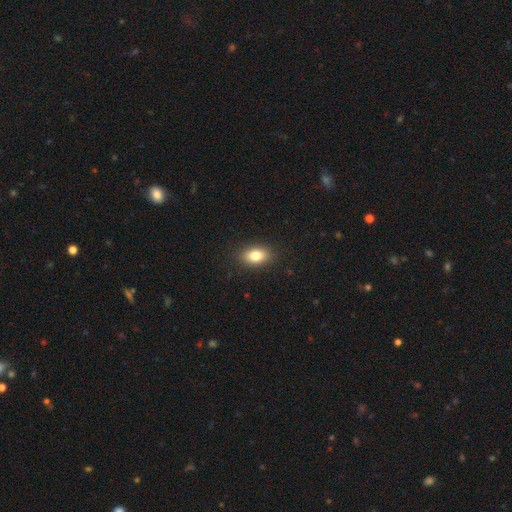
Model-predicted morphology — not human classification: Smooth or featured? Predicted: smooth (p=0.81). How rounded? Predicted: in between (p=0.82). Merging? Predicted: none (p=0.88).